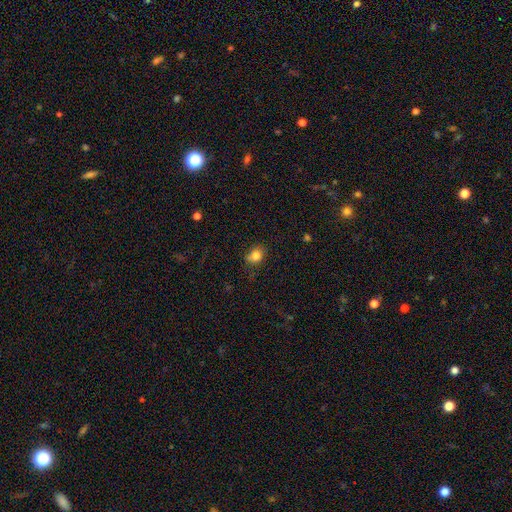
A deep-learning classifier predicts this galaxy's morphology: The model was most divided on "how rounded": in between: 51%, round: 48%, cigar-shaped: 1%. More confident: smooth or featured — smooth (83%); merging — none (71%).